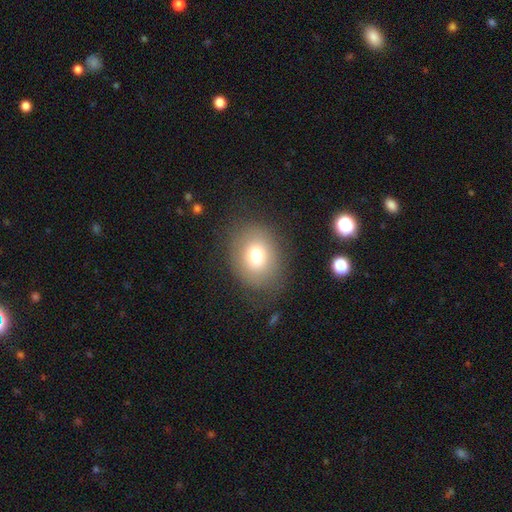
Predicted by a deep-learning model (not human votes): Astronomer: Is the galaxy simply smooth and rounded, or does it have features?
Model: smooth — 73%.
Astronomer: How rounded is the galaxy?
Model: in between — 50% (runner-up: round, 49%).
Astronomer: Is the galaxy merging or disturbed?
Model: none — 74%.